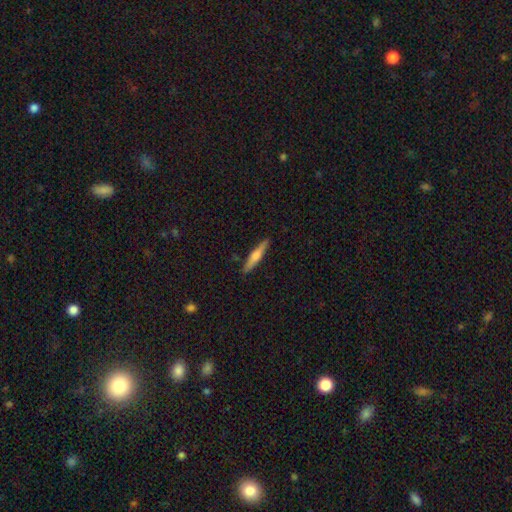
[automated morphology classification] featured or disk 47% (tied), smooth 47% (tied), star or artifact 6%. Down the decision tree: merging — none (90%).